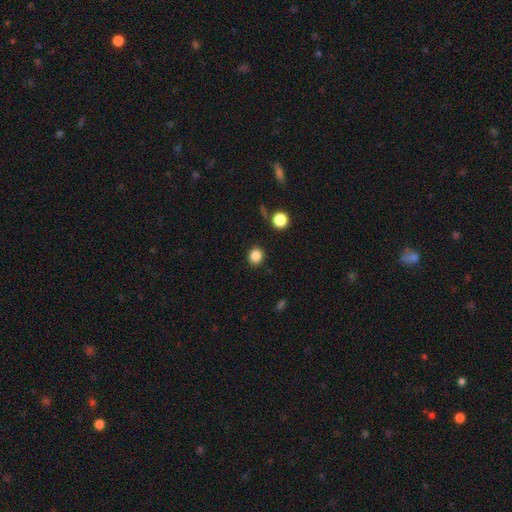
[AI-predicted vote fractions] This appears to be a smooth galaxy with no disk features (85%) that is round (80%). Merging: none (90%).